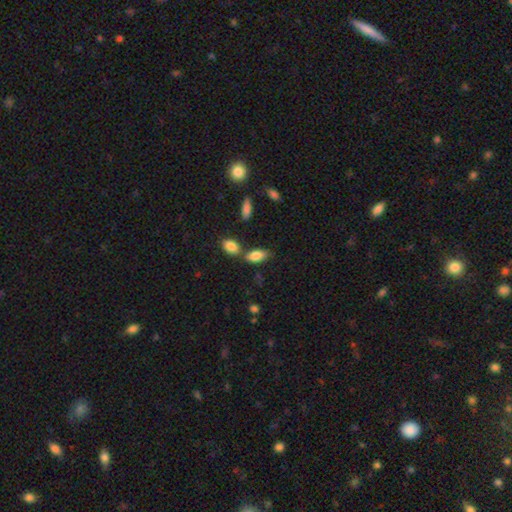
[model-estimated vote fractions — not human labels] Smooth or featured?
  - smooth: 84% *
  - featured or disk: 9%
  - star or artifact: 7%
How rounded?
  - in between: 88% *
  - cigar-shaped: 9%
  - round: 3%
Merging?
  - none: 54% *
  - merger: 23%
  - minor disturbance: 18%
  - major disturbance: 5%